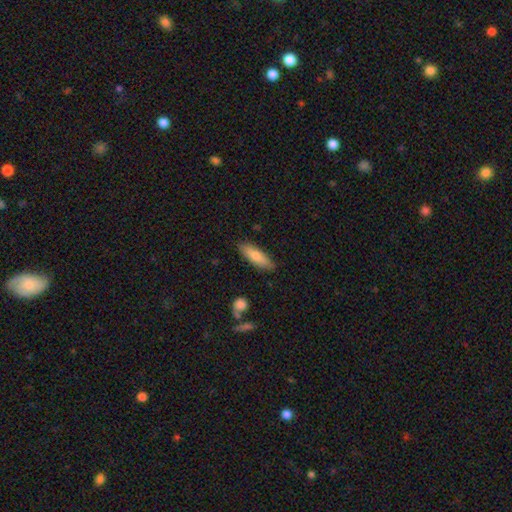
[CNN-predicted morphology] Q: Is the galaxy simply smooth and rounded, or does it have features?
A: smooth — 76%.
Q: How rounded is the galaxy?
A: cigar-shaped — 53%.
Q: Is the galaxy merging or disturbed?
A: none — 85%.